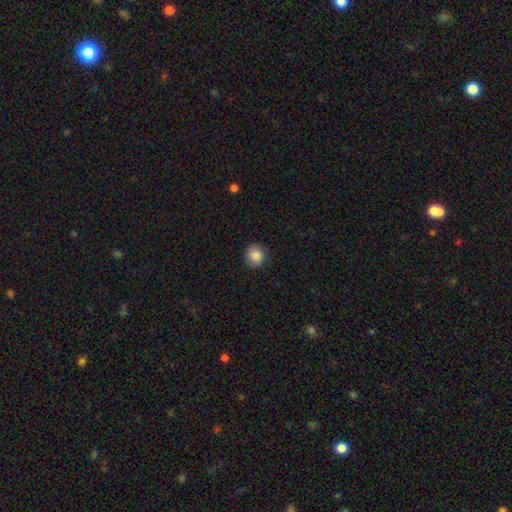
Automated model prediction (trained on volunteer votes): smooth-or-featured: smooth: 85% | star or artifact: 8% | featured or disk: 7%
  how-rounded: round: 89% | in between: 10% | cigar-shaped: 1%
  merging: none: 85% | minor disturbance: 11% | major disturbance: 3% | merger: 1%